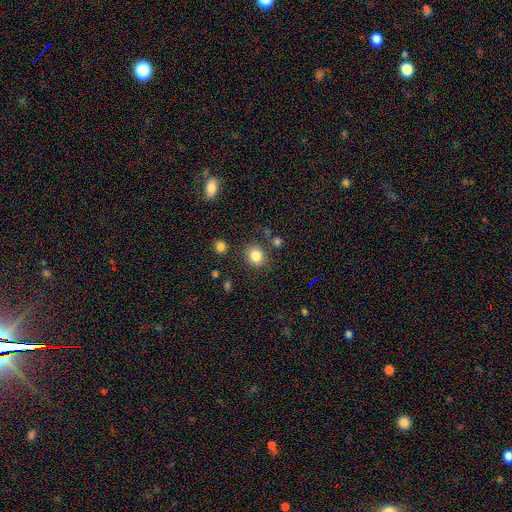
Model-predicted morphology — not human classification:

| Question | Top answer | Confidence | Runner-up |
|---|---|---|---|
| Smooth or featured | smooth | 84% | star or artifact (10%) |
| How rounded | round | 68% | in between (32%) |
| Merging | none | 82% | minor disturbance (10%) |